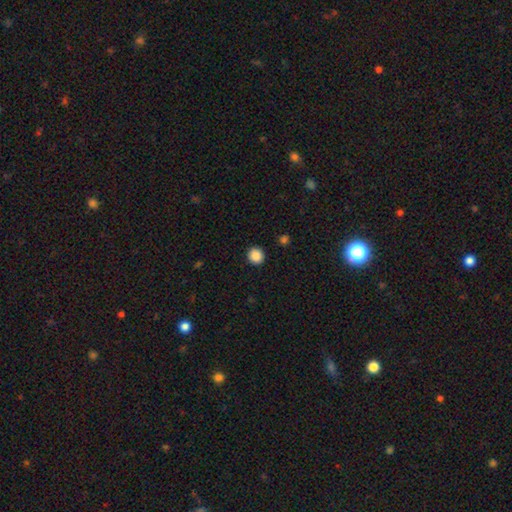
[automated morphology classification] This appears to be a smooth galaxy with no disk features (88%) that is round (93%). Merging: none (93%).